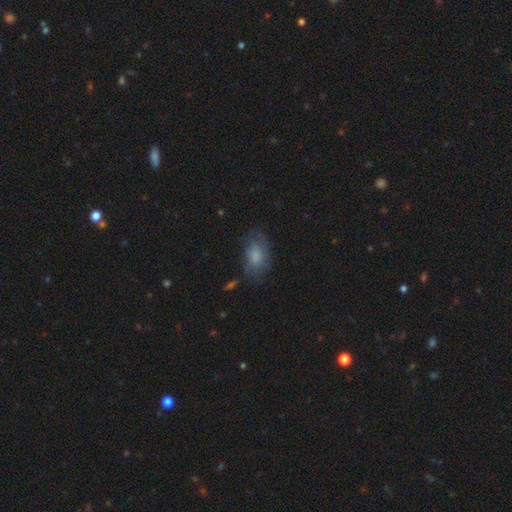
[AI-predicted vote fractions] Smooth or featured? smooth (76%)
How rounded? in between (90%)
Merging? none (65%)